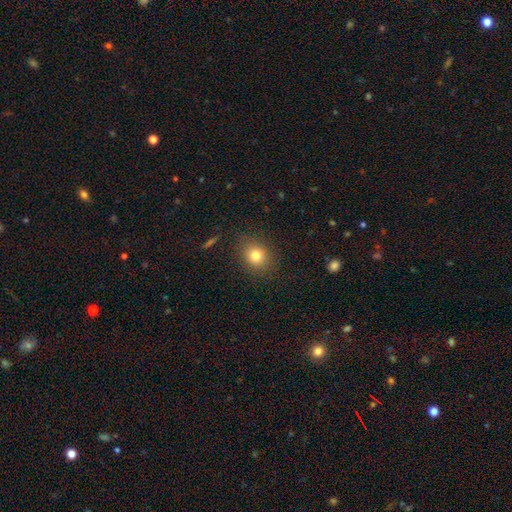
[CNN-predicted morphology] Overall: smooth (79%). How rounded: round (68%; in between 31%). Merging: none (86%).